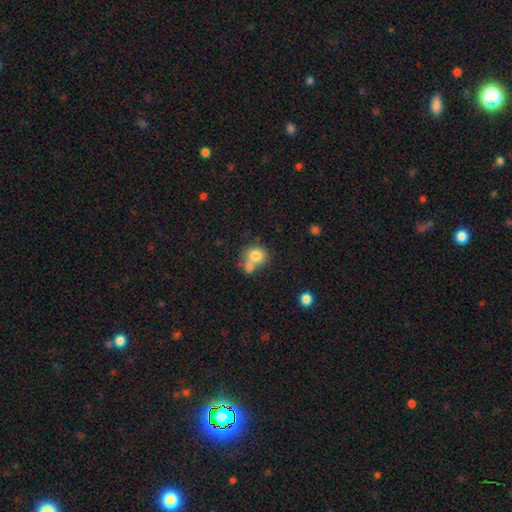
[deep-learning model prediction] Smooth or featured: smooth — 77% (featured or disk — 13%)
How rounded: round — 77% (in between — 22%)
Merging: merger — 49% (none — 37%)